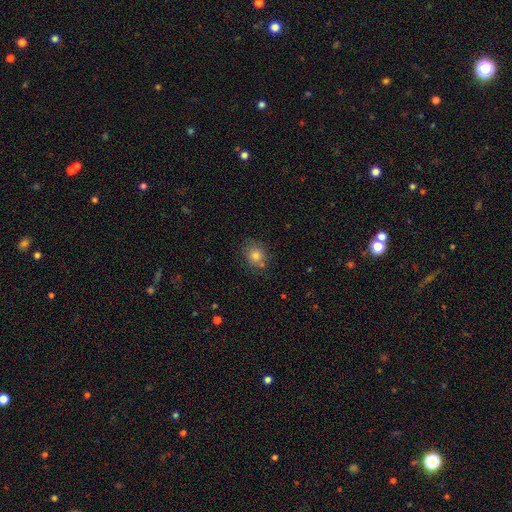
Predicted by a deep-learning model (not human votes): Smooth or featured? smooth (78%)
How rounded? round (79%)
Merging? none (76%)